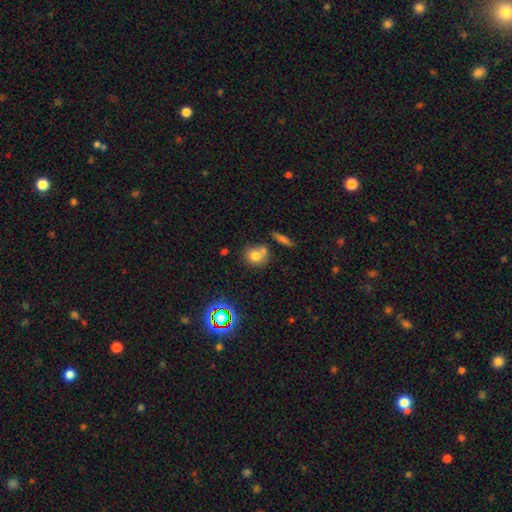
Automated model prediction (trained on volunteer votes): Smooth or featured: smooth — 73% (star or artifact — 14%)
How rounded: round — 74% (in between — 24%)
Merging: none — 54% (merger — 31%)